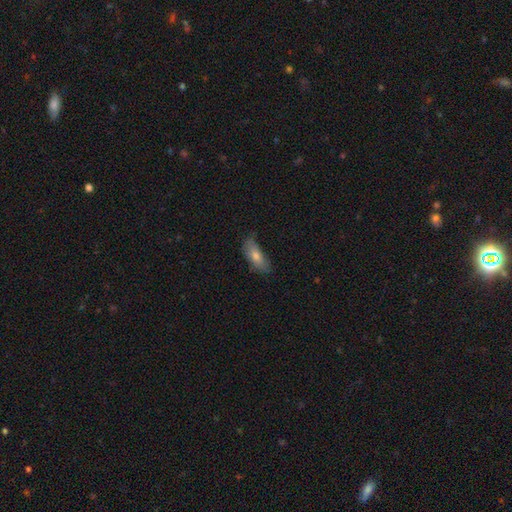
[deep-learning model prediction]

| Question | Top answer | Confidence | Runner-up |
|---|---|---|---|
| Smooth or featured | smooth | 69% | featured or disk (23%) |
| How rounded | in between | 71% | cigar-shaped (26%) |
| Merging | none | 67% | minor disturbance (26%) |